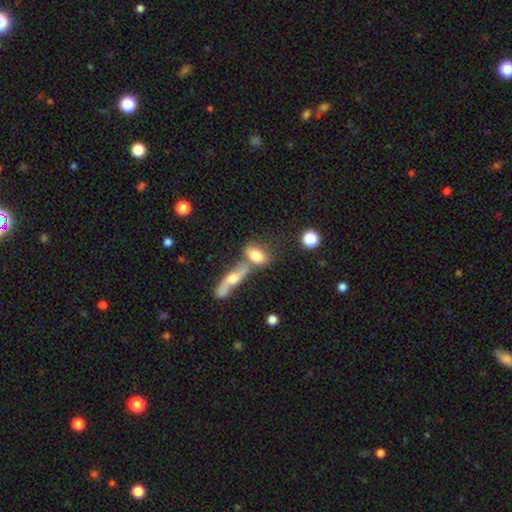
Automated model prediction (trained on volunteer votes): smooth 73%, featured or disk 19%, star or artifact 8%. Down the decision tree: how rounded — in between (78%); merging — merger (43%).